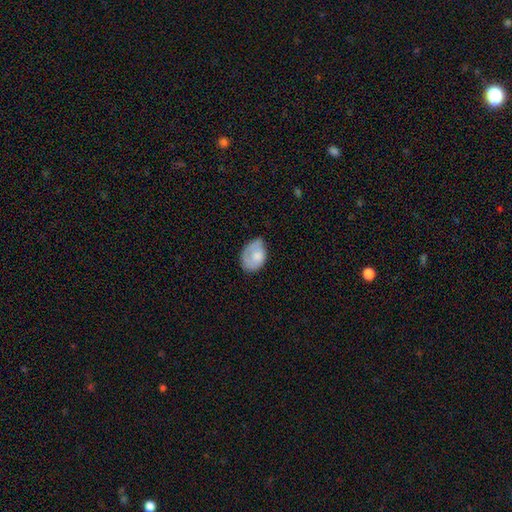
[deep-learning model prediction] Morphology: type=smooth (69%); roundness=in between (79%); merging=none (43%).